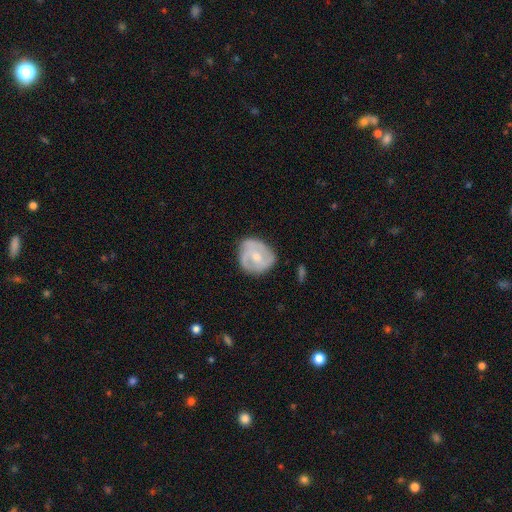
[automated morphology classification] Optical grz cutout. It shows a featured or disk galaxy (66%) with no bar (57%), 2 (43%) tight (44%) spiral arms (83%) and a moderate central bulge (51%). Merging: none (68%).